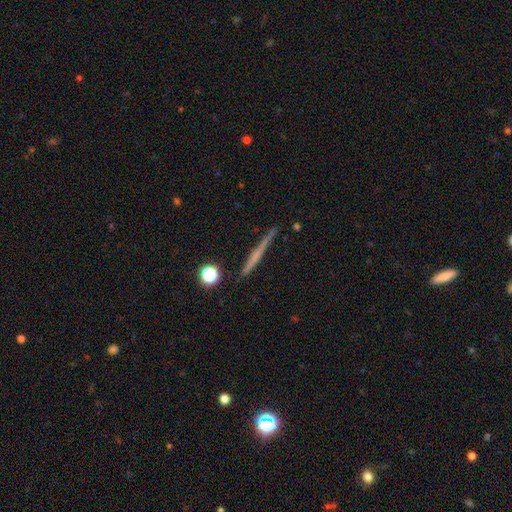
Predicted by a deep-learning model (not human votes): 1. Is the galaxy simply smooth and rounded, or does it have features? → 56% featured or disk, 36% smooth, 8% star or artifact.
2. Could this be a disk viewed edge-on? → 97% yes, 3% no.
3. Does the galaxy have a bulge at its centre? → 72% none, 21% rounded, 7% boxy.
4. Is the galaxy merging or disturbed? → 89% none, 8% minor disturbance, 2% merger, 2% major disturbance.